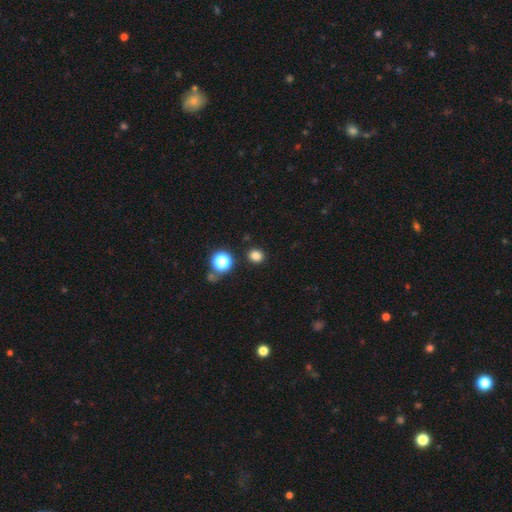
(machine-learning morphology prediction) This is clearly a smooth galaxy (81%). How rounded: clearly round (82%). Merging: clearly none (89%).